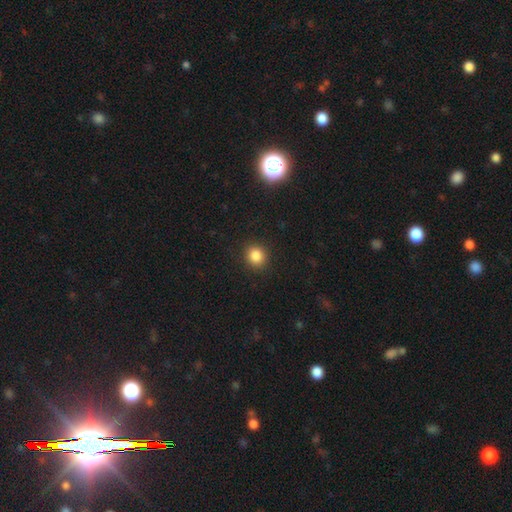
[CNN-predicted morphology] A smooth galaxy with no disk features (85%) that is round (83%).

Vote fractions:
- Smooth or featured? smooth: 85% / star or artifact: 11% / featured or disk: 4%
- How rounded? round: 83% / in between: 16% / cigar-shaped: 1%
- Merging? none: 90% / minor disturbance: 6% / major disturbance: 2% / merger: 1%